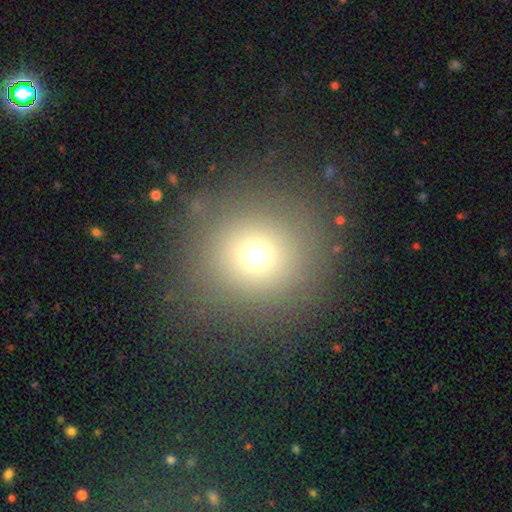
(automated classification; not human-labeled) Overall: smooth (69%). How rounded: round (93%). Merging: none (85%).